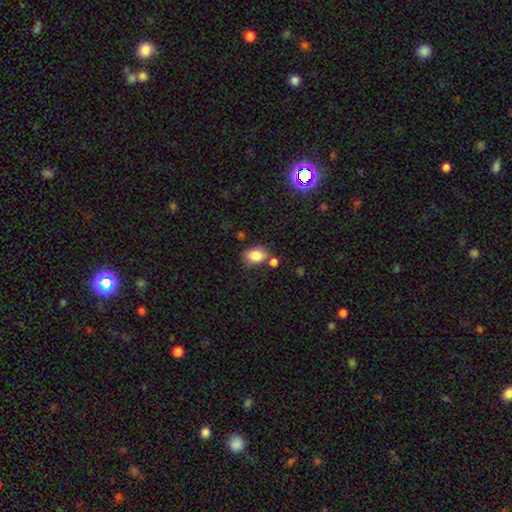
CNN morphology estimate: This appears to be a smooth galaxy with no disk features (84%) that is in between round and cigar-shaped (74%). Merging: none (60%).